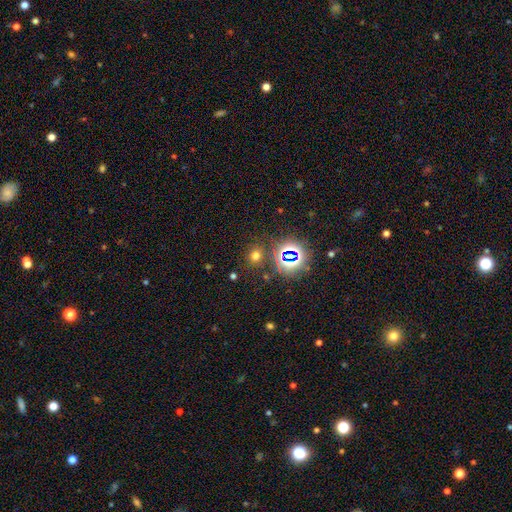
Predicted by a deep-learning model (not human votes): smooth-or-featured: smooth: 60% | star or artifact: 34% | featured or disk: 7%
  how-rounded: round: 78% | in between: 21% | cigar-shaped: 1%
  merging: none: 85% | minor disturbance: 8% | merger: 4% | major disturbance: 4%